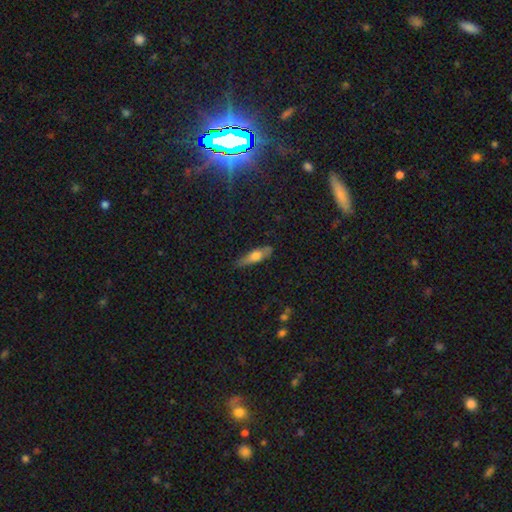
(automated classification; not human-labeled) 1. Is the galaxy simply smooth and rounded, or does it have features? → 60% smooth, 33% featured or disk, 7% star or artifact.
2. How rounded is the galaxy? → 58% cigar-shaped, 39% in between, 3% round.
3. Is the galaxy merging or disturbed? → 73% none, 21% minor disturbance, 5% major disturbance, 2% merger.